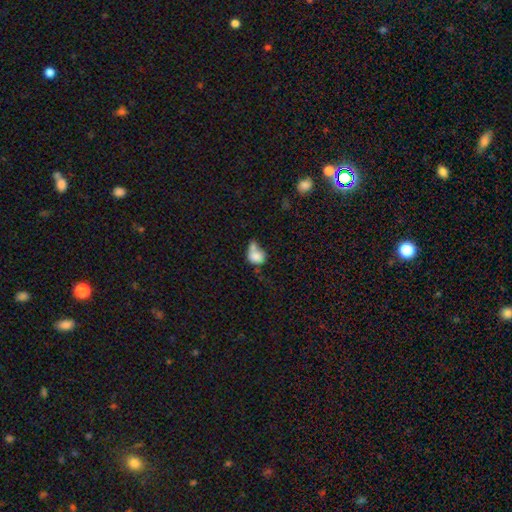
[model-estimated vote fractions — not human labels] This is likely a smooth galaxy (78%). How rounded: possibly round (52%). Merging: possibly merger (52%).